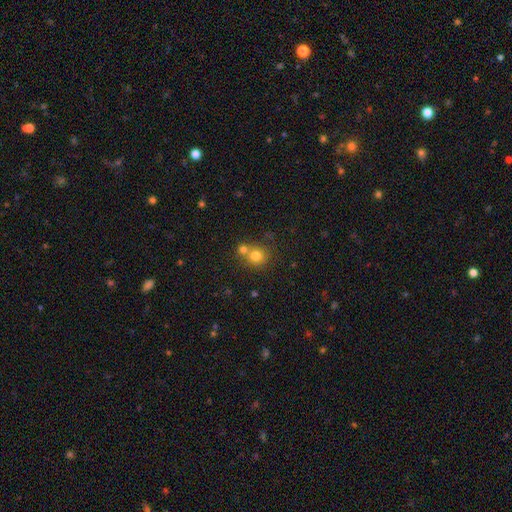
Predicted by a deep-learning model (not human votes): smooth-or-featured: smooth: 77% | star or artifact: 13% | featured or disk: 10%
  how-rounded: round: 87% | in between: 12% | cigar-shaped: 1%
  merging: none: 50% | merger: 40% | minor disturbance: 7% | major disturbance: 3%